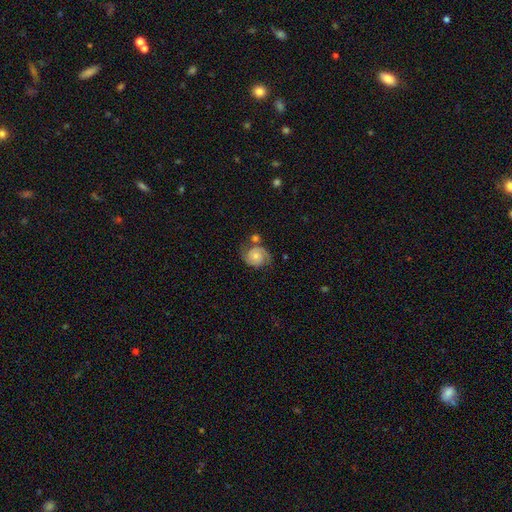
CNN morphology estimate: This appears to be a featured or disk galaxy (77%) with no bar (73%), 2 (88%) medium (43%) spiral arms (96%) and a small central bulge (49%). Merging: none (64%).